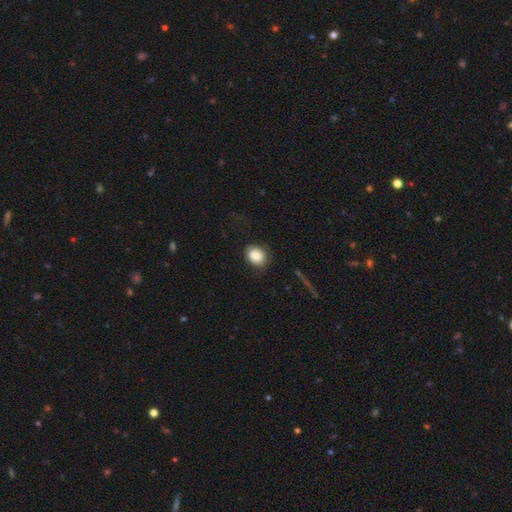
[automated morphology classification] type=smooth (87%); roundness=round (57%); merging=none (75%).